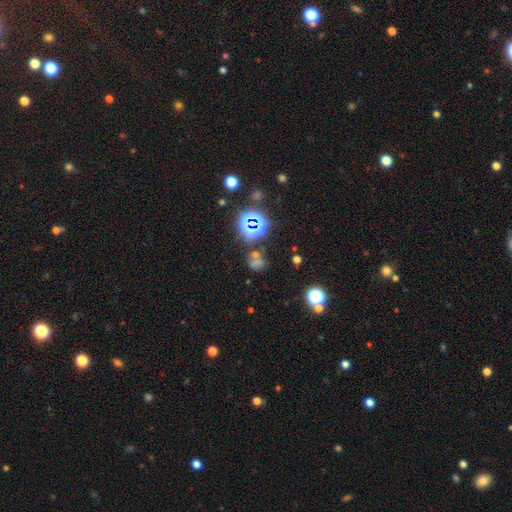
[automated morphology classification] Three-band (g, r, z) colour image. It shows a star or artifact, not a galaxy (47%).